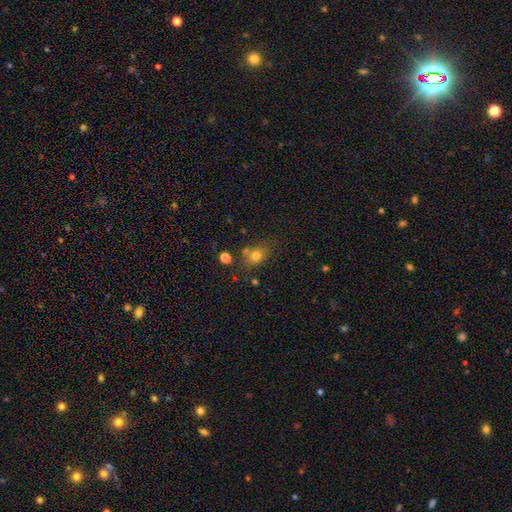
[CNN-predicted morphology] A smooth galaxy with no disk features (75%) that is round (50%). Merging: none (63%).